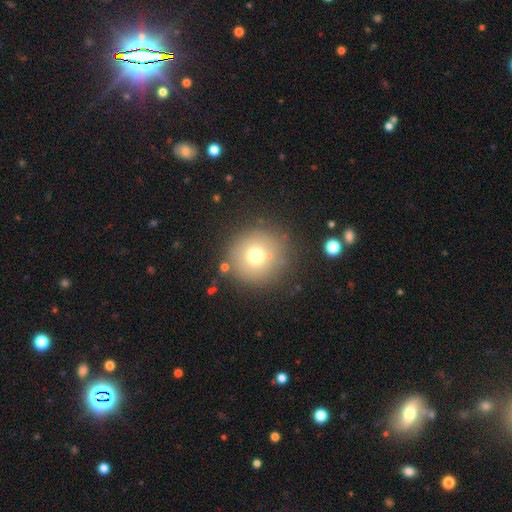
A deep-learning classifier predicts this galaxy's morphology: Q: Smooth or featured?
A: smooth (71%); runner-up: star or artifact (15%)
Q: How rounded?
A: round (95%); runner-up: in between (4%)
Q: Merging?
A: none (82%); runner-up: minor disturbance (9%)